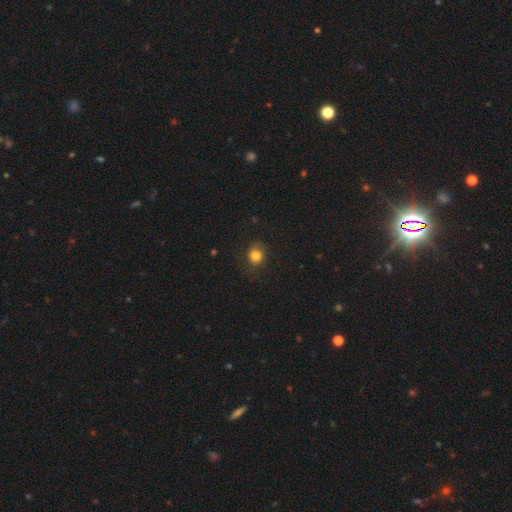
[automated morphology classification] Q: Smooth or featured?
A: smooth (82%); runner-up: star or artifact (11%)
Q: How rounded?
A: round (76%); runner-up: in between (23%)
Q: Merging?
A: none (78%); runner-up: minor disturbance (16%)